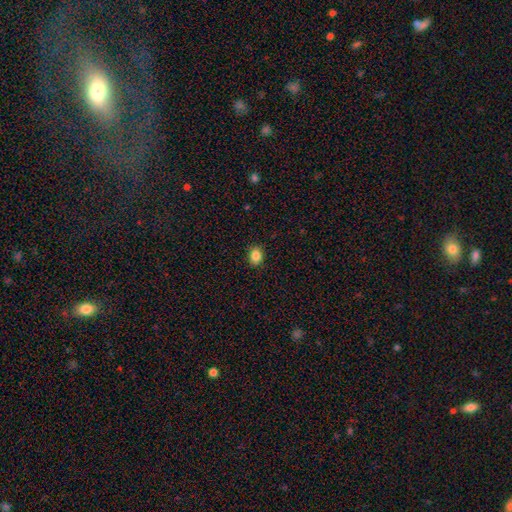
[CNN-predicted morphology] Overall: smooth (87%). How rounded: in between (64%; round 35%). Merging: none (90%).